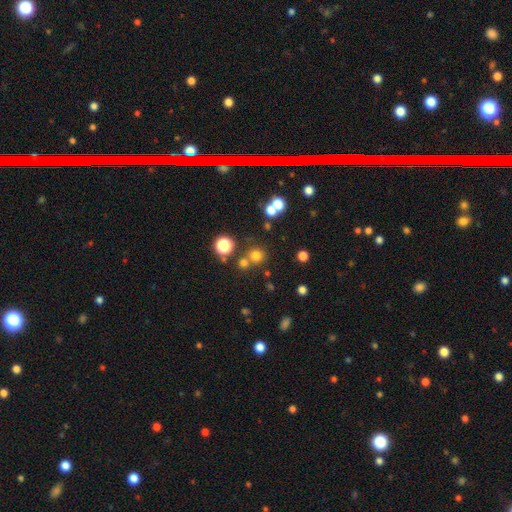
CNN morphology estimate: This is likely a smooth galaxy (71%). How rounded: clearly round (91%). Merging: likely none (70%).